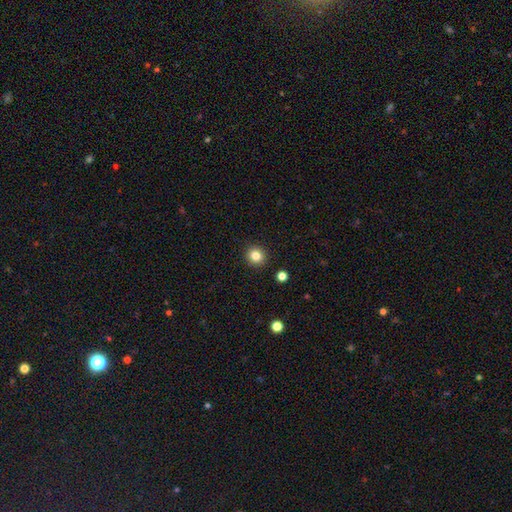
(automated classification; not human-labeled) The model was most divided on "smooth or featured": smooth: 83%, star or artifact: 11%, featured or disk: 6%. More confident: merging — none (92%); how rounded — round (90%).